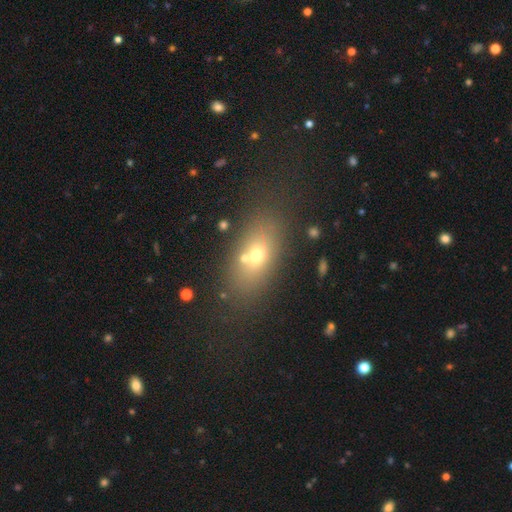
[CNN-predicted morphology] smooth_or_featured: smooth (p=0.60) [alt: featured or disk p=0.22]
how_rounded: in between (p=0.75) [alt: round p=0.17]
merging: none (p=0.62) [alt: merger p=0.20]